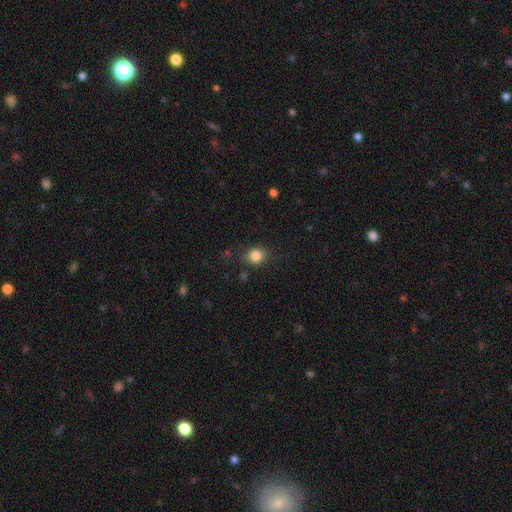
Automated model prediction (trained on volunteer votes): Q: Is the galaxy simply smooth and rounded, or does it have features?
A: smooth — 83%.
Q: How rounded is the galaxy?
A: round — 66%.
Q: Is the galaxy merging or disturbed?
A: none — 79%.